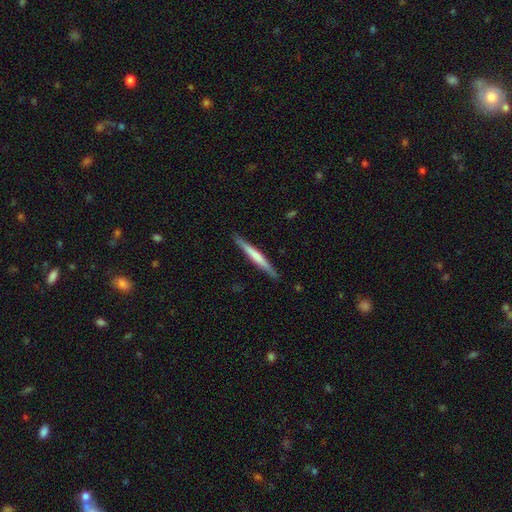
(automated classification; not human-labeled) Smooth or featured? smooth (48%)
Merging? none (89%)